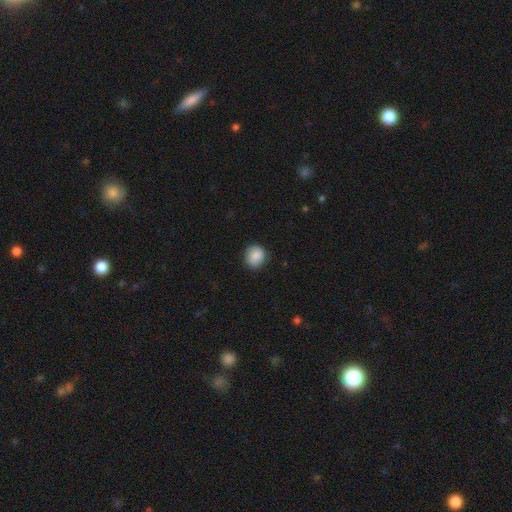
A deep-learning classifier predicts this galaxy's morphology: smooth-or-featured: smooth: 87% | star or artifact: 7% | featured or disk: 6%
  how-rounded: round: 78% | in between: 21% | cigar-shaped: 1%
  merging: none: 86% | minor disturbance: 11% | major disturbance: 2% | merger: 1%